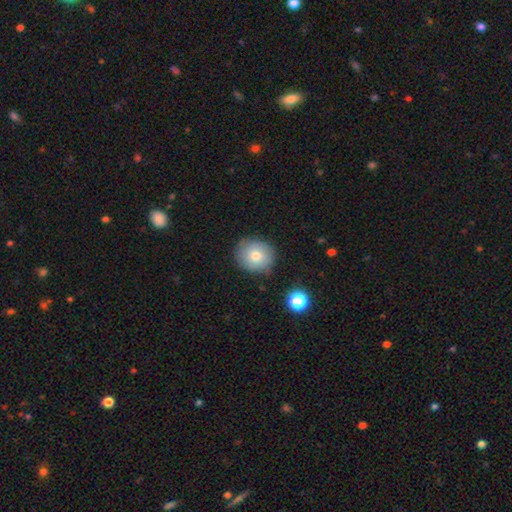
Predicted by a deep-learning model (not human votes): smooth-or-featured: smooth: 73% | featured or disk: 17% | star or artifact: 10%
  how-rounded: round: 80% | in between: 20% | cigar-shaped: 1%
  merging: none: 80% | minor disturbance: 15% | major disturbance: 3% | merger: 2%